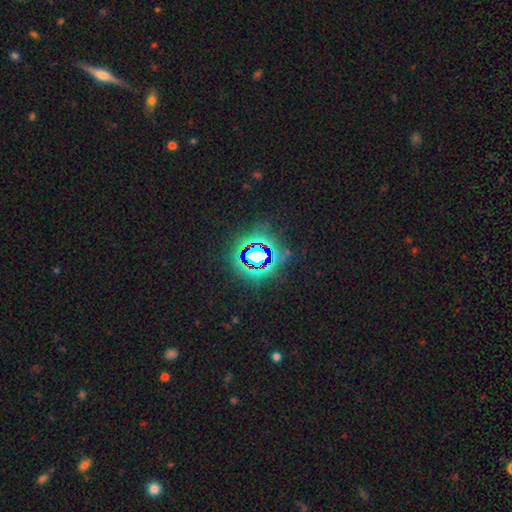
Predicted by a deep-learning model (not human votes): A star or artifact, not a galaxy (78%).